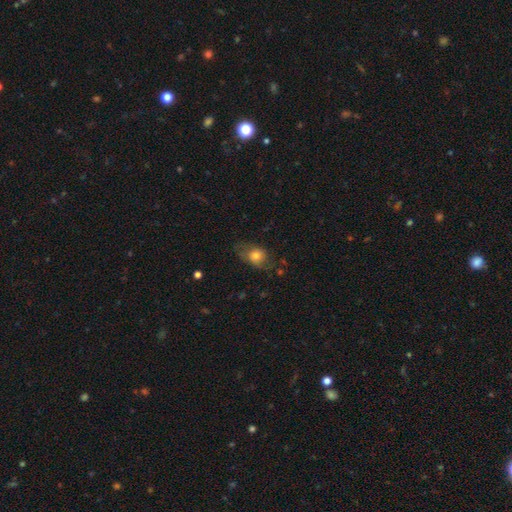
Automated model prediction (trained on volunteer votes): Overall: smooth (71%). How rounded: in between (60%; round 38%). Merging: none (55%; minor disturbance 27%).